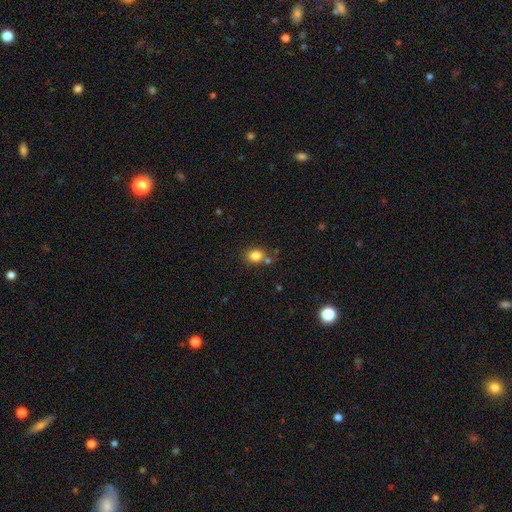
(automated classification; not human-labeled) smooth-or-featured: smooth: 83% | star or artifact: 11% | featured or disk: 6%
  how-rounded: in between: 50% | round: 49% | cigar-shaped: 1%
  merging: none: 69% | merger: 14% | minor disturbance: 13% | major disturbance: 4%